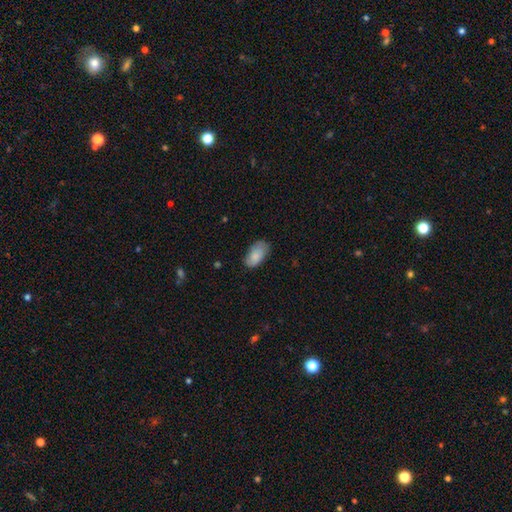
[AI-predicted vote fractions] Overall: smooth (82%). How rounded: in between (94%). Merging: none (73%).